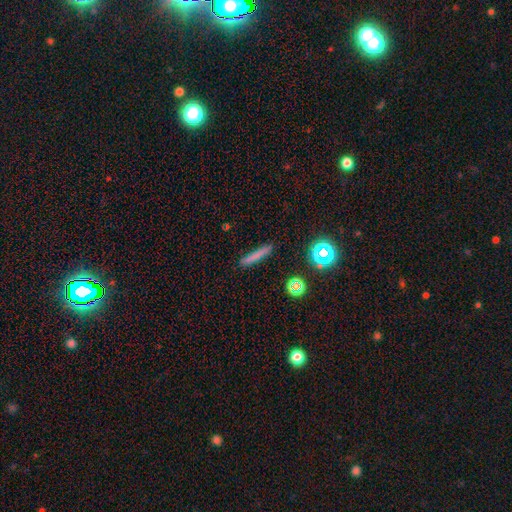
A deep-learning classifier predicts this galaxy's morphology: Q: Smooth or featured?
A: smooth (71%); runner-up: featured or disk (17%)
Q: How rounded?
A: cigar-shaped (93%); runner-up: in between (5%)
Q: Merging?
A: none (86%); runner-up: minor disturbance (10%)